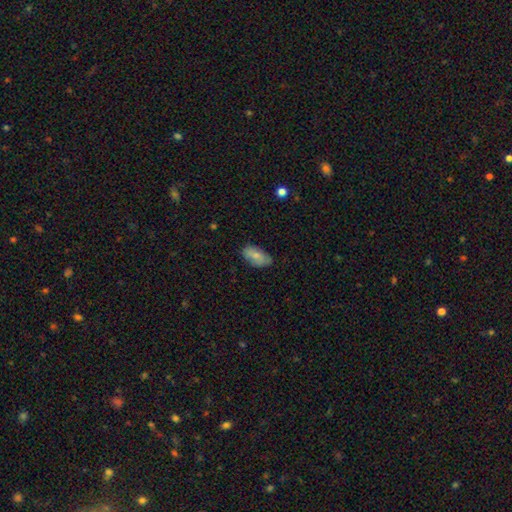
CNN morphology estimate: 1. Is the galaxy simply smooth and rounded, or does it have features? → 78% smooth, 16% featured or disk, 6% star or artifact.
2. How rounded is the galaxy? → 93% in between, 4% cigar-shaped, 3% round.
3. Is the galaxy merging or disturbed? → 75% none, 20% minor disturbance, 4% major disturbance, 1% merger.